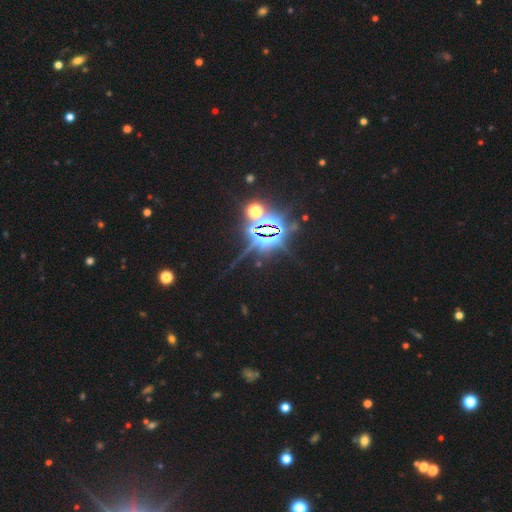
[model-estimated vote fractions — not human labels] Smooth or featured: star or artifact — 85% (smooth — 8%)